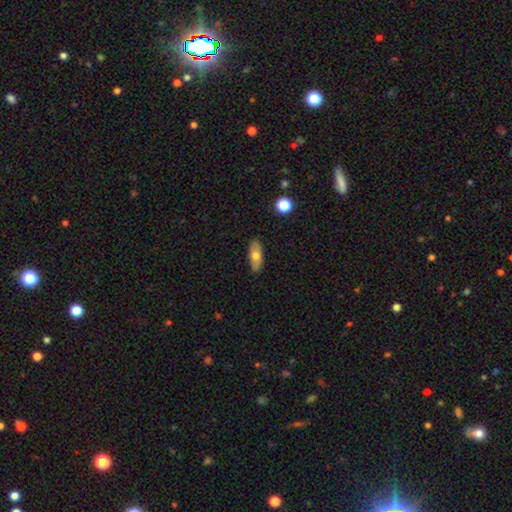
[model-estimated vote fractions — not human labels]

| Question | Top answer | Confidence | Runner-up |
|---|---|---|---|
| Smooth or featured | smooth | 64% | featured or disk (29%) |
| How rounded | in between | 78% | cigar-shaped (18%) |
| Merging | none | 85% | minor disturbance (11%) |